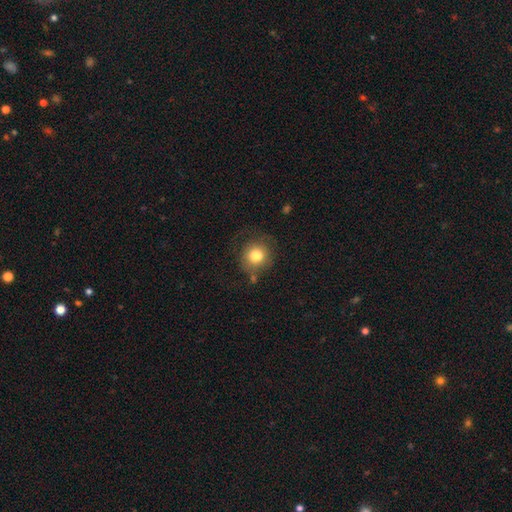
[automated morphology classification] This appears to be a smooth galaxy with no disk features (79%) that is round (87%). Merging: none (71%).